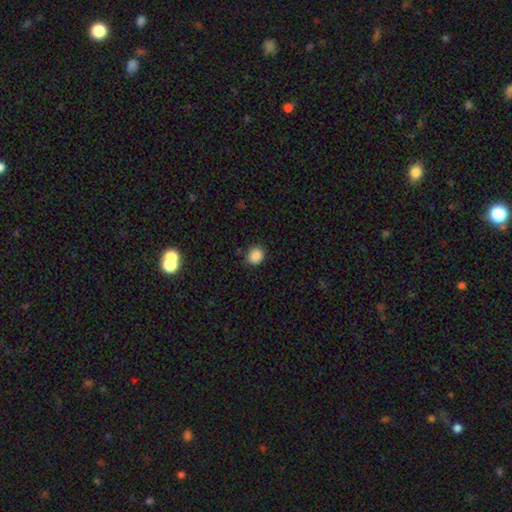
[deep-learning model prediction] This appears to be a smooth galaxy with no disk features (87%) that is round (63%). Merging: none (81%).